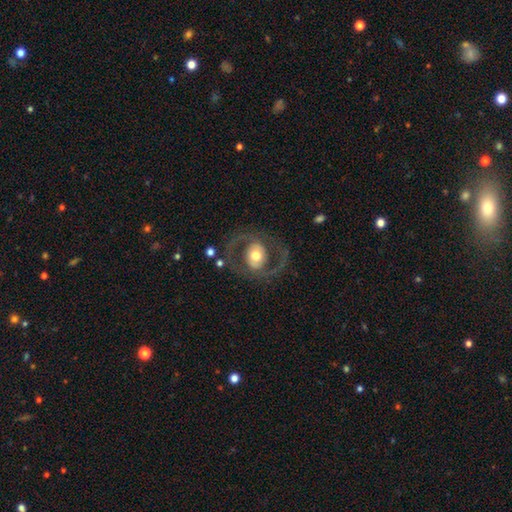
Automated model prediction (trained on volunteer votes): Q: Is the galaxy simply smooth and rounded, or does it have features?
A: featured or disk — 72%.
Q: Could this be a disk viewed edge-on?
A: no — 96%.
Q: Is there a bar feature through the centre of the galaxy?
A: no — 61%.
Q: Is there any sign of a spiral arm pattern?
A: yes — 63%.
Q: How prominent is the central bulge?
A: moderate — 65%.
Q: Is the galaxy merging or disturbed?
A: none — 76%.